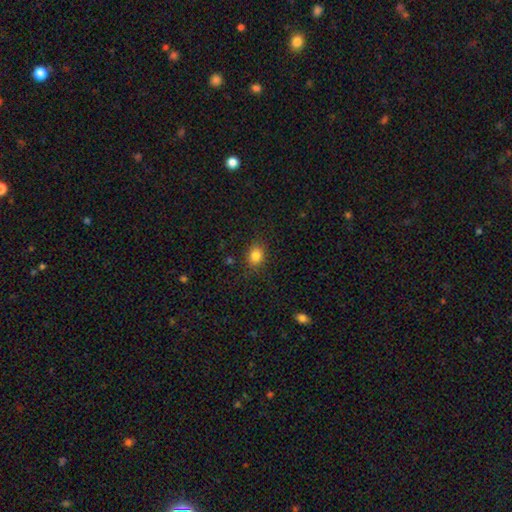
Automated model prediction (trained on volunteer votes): Smooth or featured? smooth (84%)
How rounded? round (56%)
Merging? none (85%)